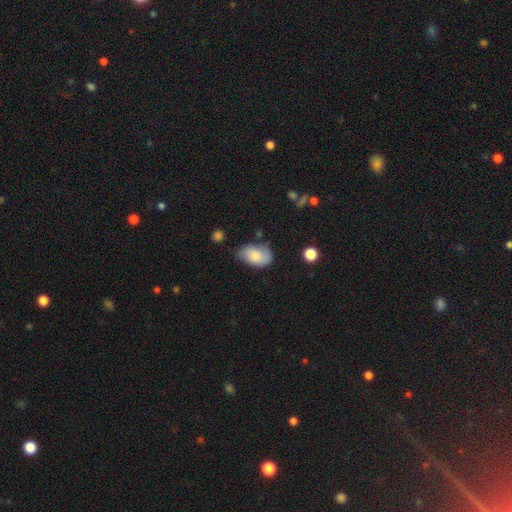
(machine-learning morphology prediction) This is likely a smooth galaxy (73%). How rounded: clearly in between (90%). Merging: possibly none (57%).